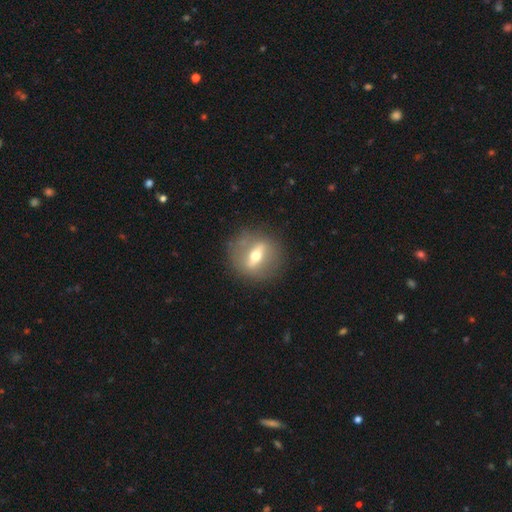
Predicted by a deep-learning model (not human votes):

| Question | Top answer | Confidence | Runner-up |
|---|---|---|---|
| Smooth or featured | featured or disk | 67% | smooth (25%) |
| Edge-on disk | no | 57% | yes (43%) |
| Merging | none | 84% | minor disturbance (10%) |